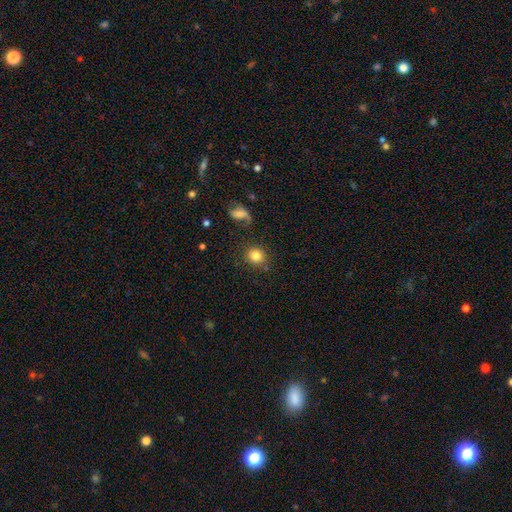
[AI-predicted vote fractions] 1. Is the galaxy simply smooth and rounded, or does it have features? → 82% smooth, 9% star or artifact, 9% featured or disk.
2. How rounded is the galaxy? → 85% round, 14% in between, 1% cigar-shaped.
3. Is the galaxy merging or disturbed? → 81% none, 10% minor disturbance, 5% major disturbance, 5% merger.